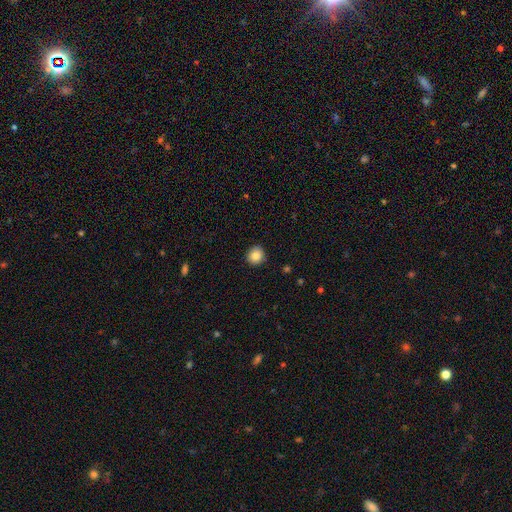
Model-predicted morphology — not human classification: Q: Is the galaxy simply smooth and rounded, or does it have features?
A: smooth — 86%.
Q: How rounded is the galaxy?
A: round — 89%.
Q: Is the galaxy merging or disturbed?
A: none — 89%.